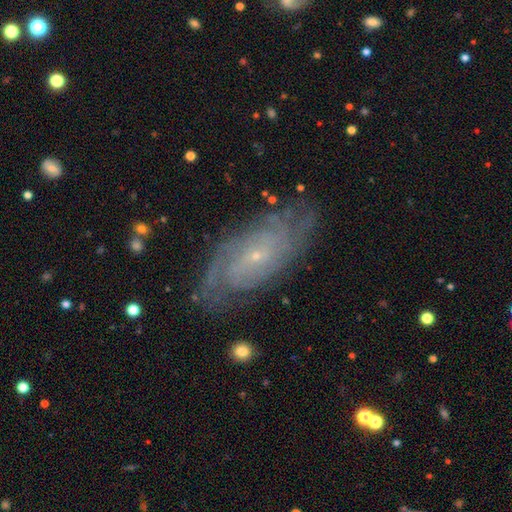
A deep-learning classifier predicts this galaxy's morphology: Smooth or featured? featured or disk (81%)
Edge-on disk? no (93%)
Bar? no (68%)
Spiral arms? yes (94%)
Spiral winding? tight (69%)
Spiral arm count? can't tell (42%)
Bulge size? small (85%)
Merging? none (80%)